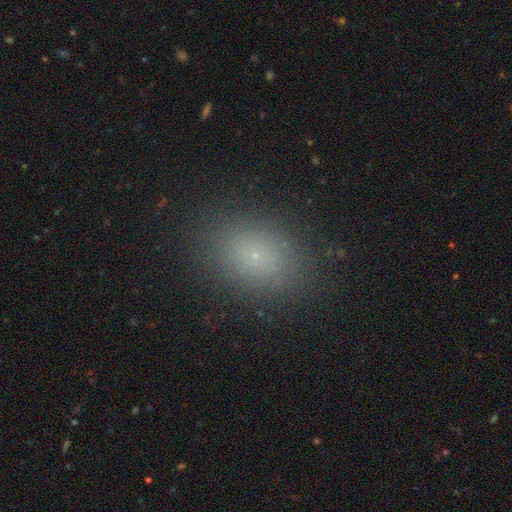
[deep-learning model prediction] This appears to be a smooth galaxy with no disk features (72%) that is in between round and cigar-shaped (74%). Merging: none (86%).